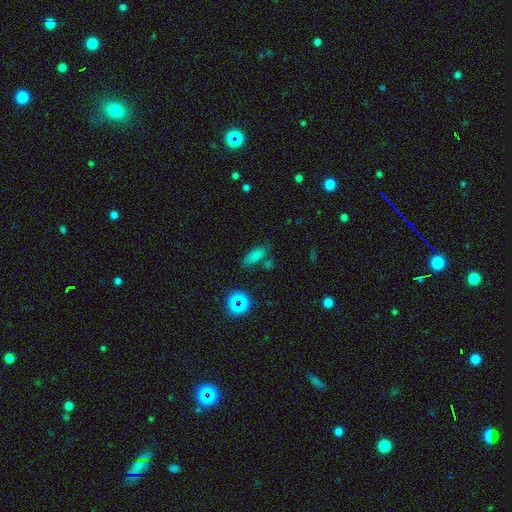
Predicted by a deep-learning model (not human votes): A smooth galaxy with no disk features (70%) that is in between round and cigar-shaped (75%).

Vote fractions:
- Smooth or featured? smooth: 70% / star or artifact: 18% / featured or disk: 12%
- How rounded? in between: 75% / cigar-shaped: 18% / round: 7%
- Merging? none: 65% / minor disturbance: 18% / merger: 11% / major disturbance: 6%